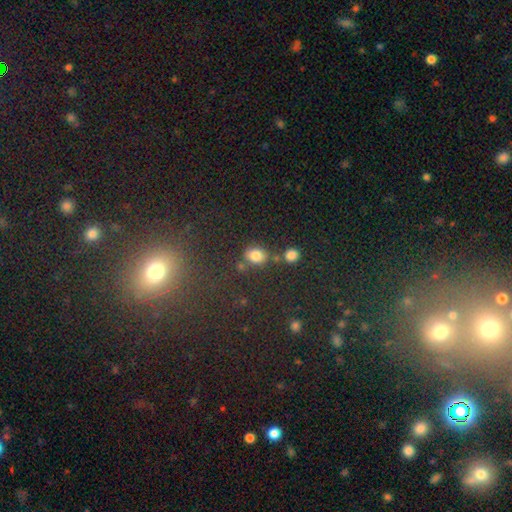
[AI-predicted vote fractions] smooth-or-featured: smooth: 79% | star or artifact: 14% | featured or disk: 7%
  how-rounded: round: 51% | in between: 48% | cigar-shaped: 1%
  merging: none: 65% | merger: 17% | minor disturbance: 13% | major disturbance: 5%